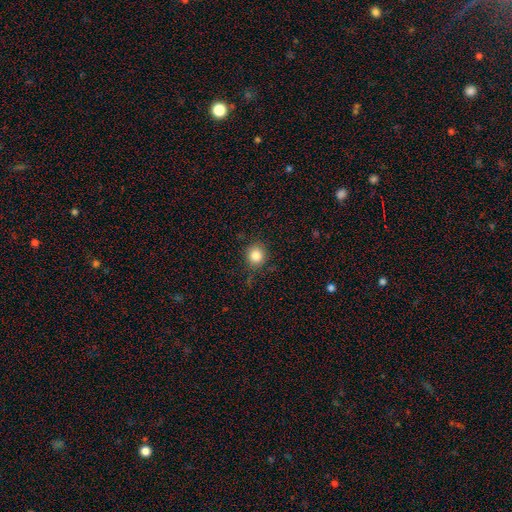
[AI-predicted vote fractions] Smooth or featured? Predicted: smooth (p=0.84). How rounded? Predicted: round (p=0.87). Merging? Predicted: none (p=0.84).